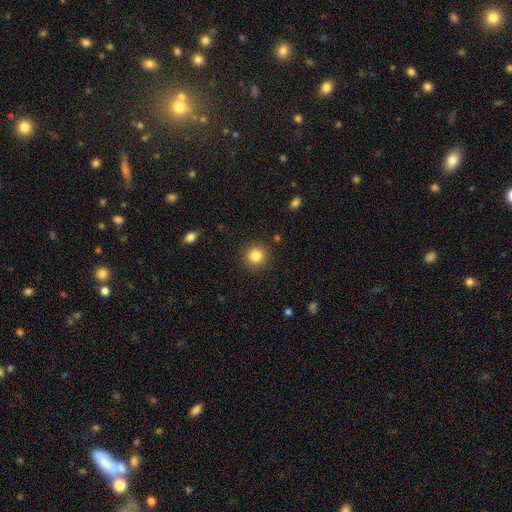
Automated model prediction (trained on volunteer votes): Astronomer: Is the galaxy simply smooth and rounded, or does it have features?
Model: smooth — 84%.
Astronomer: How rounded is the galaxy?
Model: round — 93%.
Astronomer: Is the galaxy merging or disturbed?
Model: none — 89%.